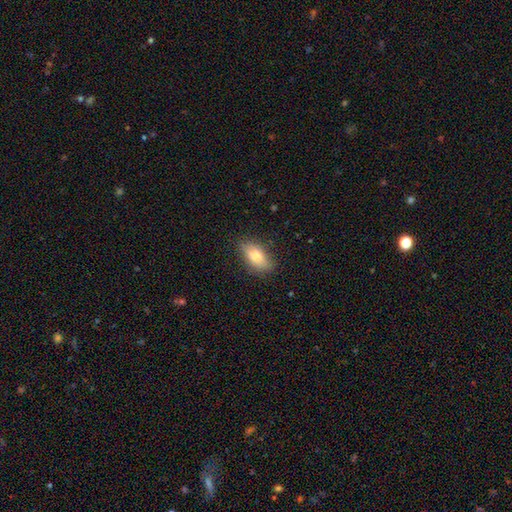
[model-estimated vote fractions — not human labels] Morphology: type=smooth (75%); roundness=in between (85%); merging=none (82%).